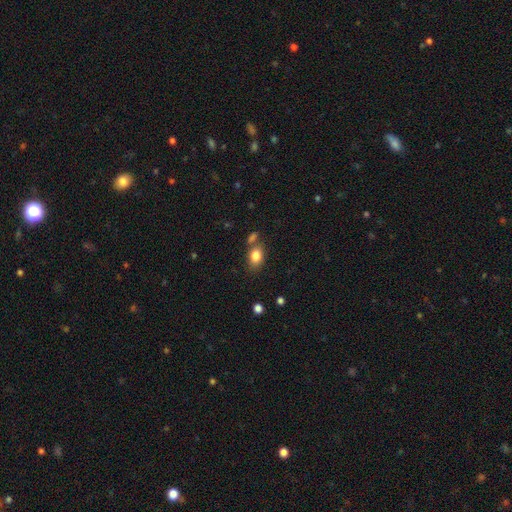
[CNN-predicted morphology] A smooth galaxy with no disk features (82%) that is in between round and cigar-shaped (74%). Merging: none (62%).